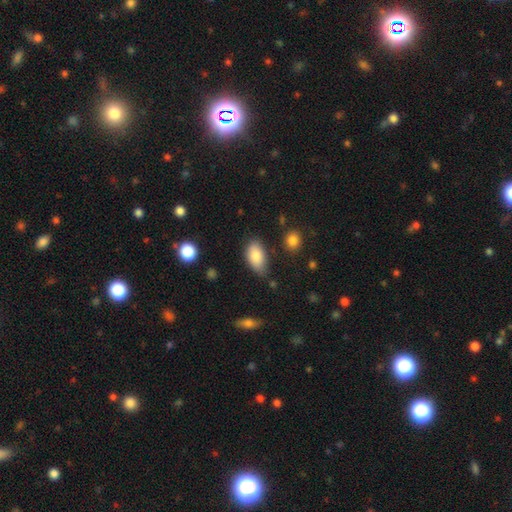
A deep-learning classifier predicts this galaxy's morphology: Q: Smooth or featured?
A: smooth (82%); runner-up: featured or disk (10%)
Q: How rounded?
A: in between (93%); runner-up: round (4%)
Q: Merging?
A: none (68%); runner-up: minor disturbance (24%)